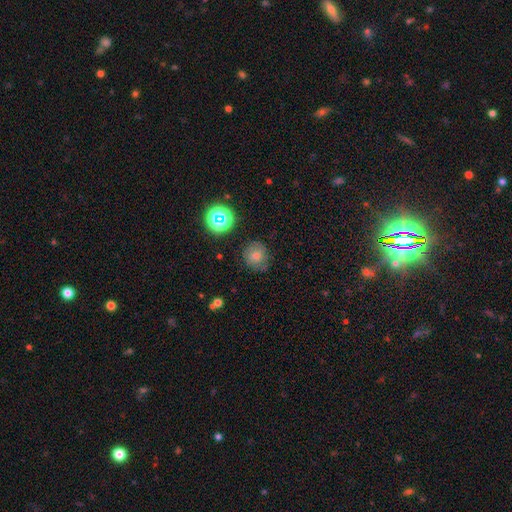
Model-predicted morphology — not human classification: Smooth or featured: smooth — 67% (star or artifact — 17%)
How rounded: round — 88% (in between — 11%)
Merging: none — 76% (minor disturbance — 17%)